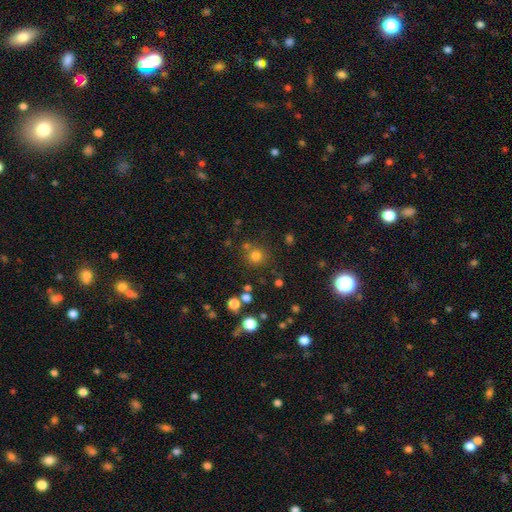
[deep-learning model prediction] Smooth or featured: smooth — 75% (star or artifact — 18%)
How rounded: round — 92% (in between — 7%)
Merging: none — 77% (merger — 10%)